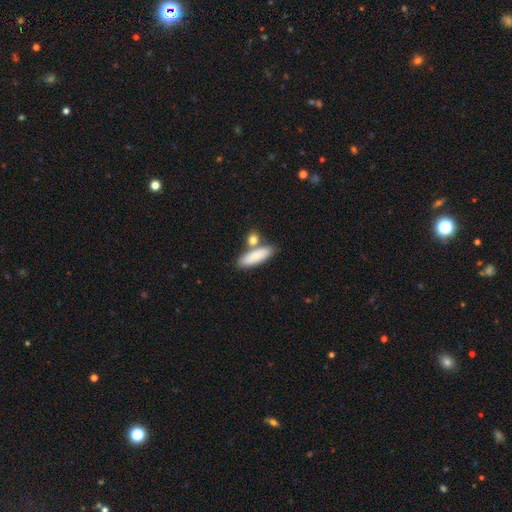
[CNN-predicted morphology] The model was most divided on "how rounded": in between: 58%, cigar-shaped: 39%, round: 3%. More confident: smooth or featured — smooth (81%); merging — none (62%).